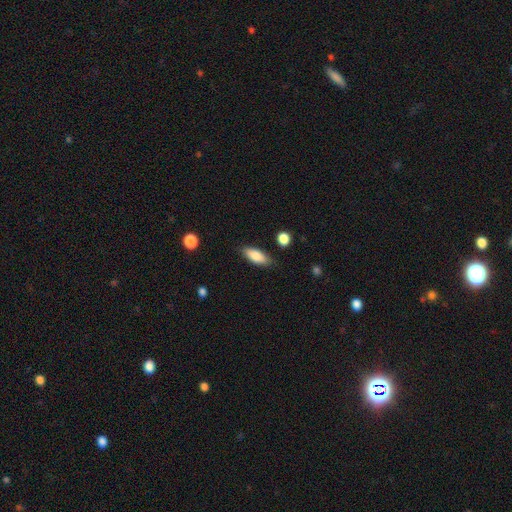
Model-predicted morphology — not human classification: Smooth or featured: smooth — 83% (featured or disk — 11%)
How rounded: in between — 78% (cigar-shaped — 20%)
Merging: none — 82% (minor disturbance — 13%)